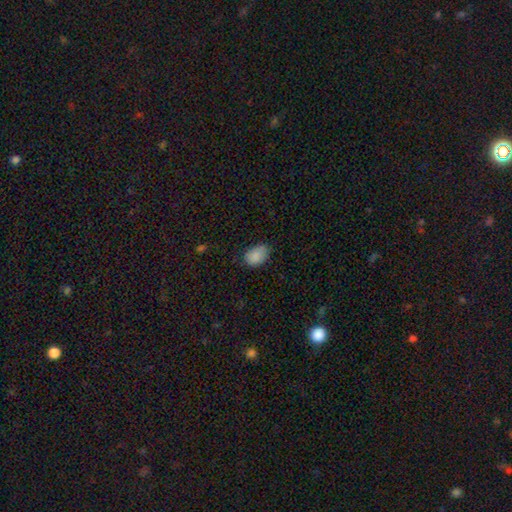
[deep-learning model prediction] Smooth or featured? Predicted: smooth (p=0.87). How rounded? Predicted: in between (p=0.81). Merging? Predicted: none (p=0.68).